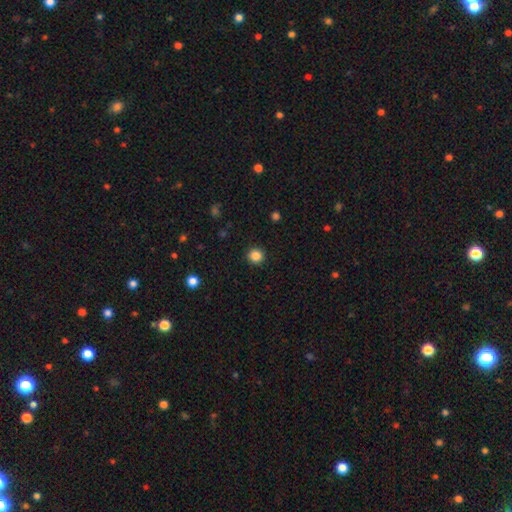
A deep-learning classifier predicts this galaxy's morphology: Smooth or featured?
  - smooth: 86% *
  - star or artifact: 11%
  - featured or disk: 3%
How rounded?
  - round: 94% *
  - in between: 5%
  - cigar-shaped: 1%
Merging?
  - none: 92% *
  - minor disturbance: 5%
  - major disturbance: 2%
  - merger: 1%